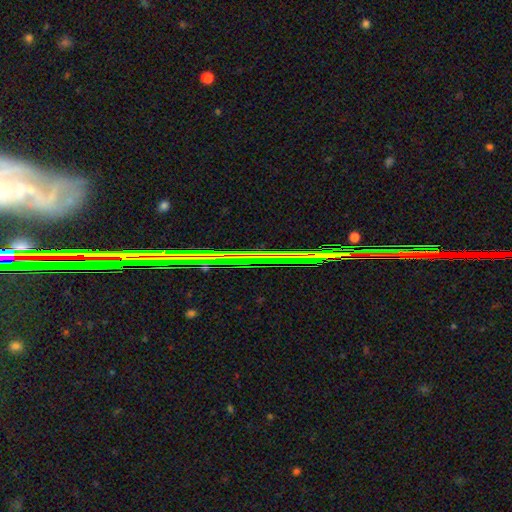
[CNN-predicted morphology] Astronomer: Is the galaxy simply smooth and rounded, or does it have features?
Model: star or artifact — 61%.